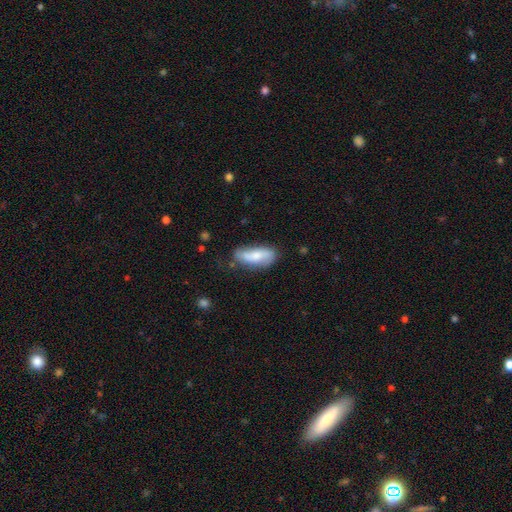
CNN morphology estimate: Smooth or featured? smooth (55%)
How rounded? in between (75%)
Merging? none (66%)